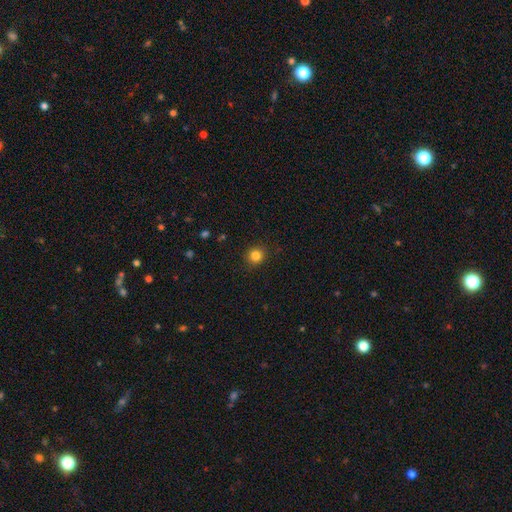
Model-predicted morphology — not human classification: smooth-or-featured: smooth: 83% | star or artifact: 12% | featured or disk: 5%
  how-rounded: round: 89% | in between: 10% | cigar-shaped: 1%
  merging: none: 90% | minor disturbance: 7% | major disturbance: 2% | merger: 1%